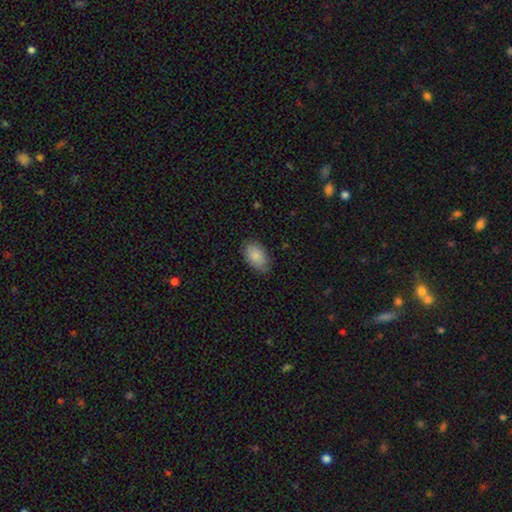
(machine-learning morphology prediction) Smooth or featured?
  - smooth: 86% *
  - featured or disk: 7%
  - star or artifact: 6%
How rounded?
  - in between: 91% *
  - round: 8%
  - cigar-shaped: 1%
Merging?
  - none: 81% *
  - minor disturbance: 15%
  - major disturbance: 3%
  - merger: 1%